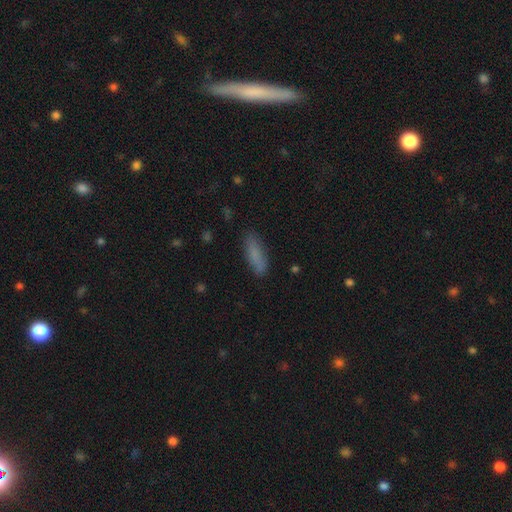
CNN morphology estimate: This is clearly a smooth galaxy (84%). How rounded: possibly cigar-shaped (51%). Merging: clearly none (83%).